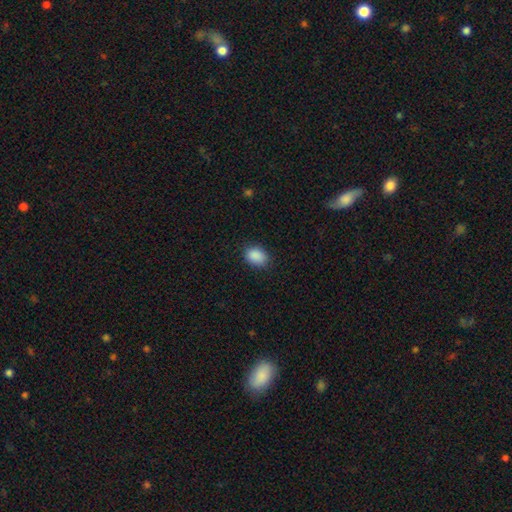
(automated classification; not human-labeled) The model was most divided on "how rounded": in between: 71%, round: 27%, cigar-shaped: 1%. More confident: smooth or featured — smooth (89%); merging — none (83%).